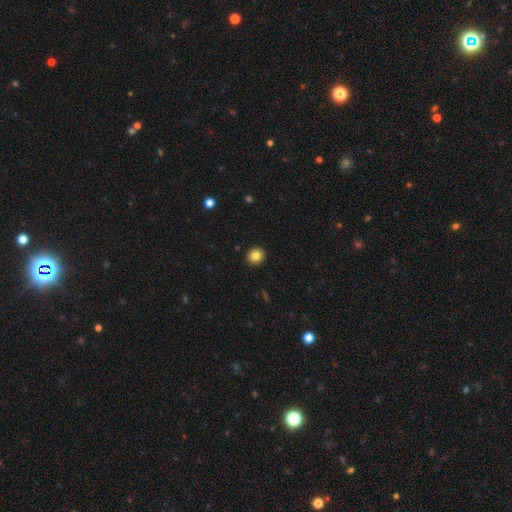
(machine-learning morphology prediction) A smooth galaxy with no disk features (82%) that is round (87%).

Vote fractions:
- Smooth or featured? smooth: 82% / star or artifact: 10% / featured or disk: 8%
- How rounded? round: 87% / in between: 12% / cigar-shaped: 1%
- Merging? none: 92% / minor disturbance: 5% / major disturbance: 1% / merger: 1%